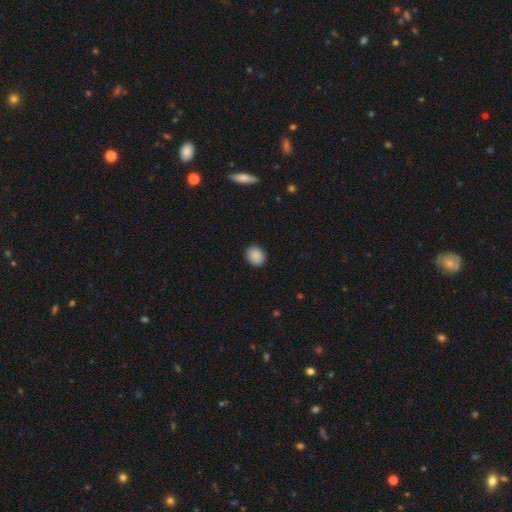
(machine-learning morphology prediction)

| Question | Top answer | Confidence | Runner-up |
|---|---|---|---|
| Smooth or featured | smooth | 89% | star or artifact (8%) |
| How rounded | round | 66% | in between (33%) |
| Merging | none | 90% | minor disturbance (7%) |